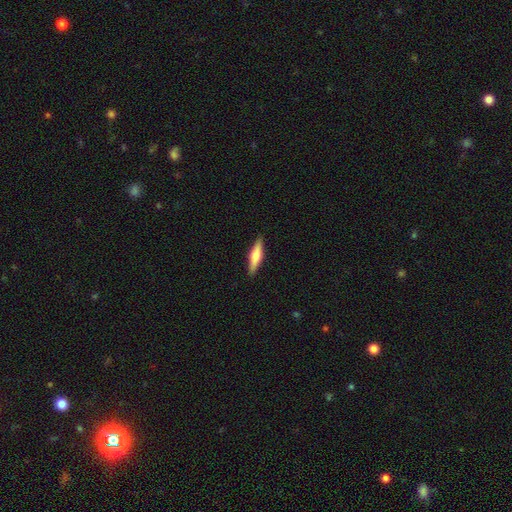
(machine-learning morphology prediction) Smooth or featured? featured or disk (51%)
Edge-on disk? yes (96%)
Merging? none (90%)